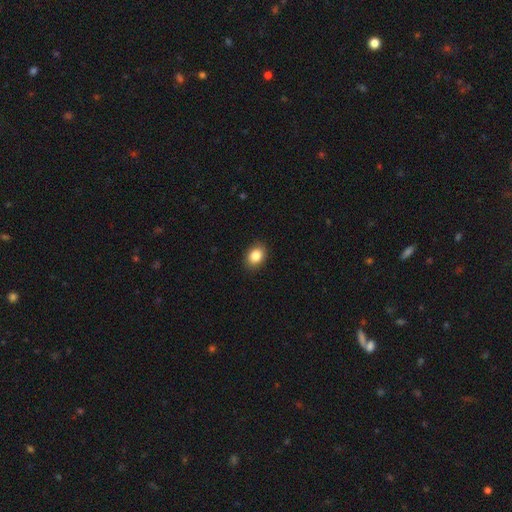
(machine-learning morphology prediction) This is clearly a smooth galaxy (86%). How rounded: likely in between (63%). Merging: clearly none (88%).